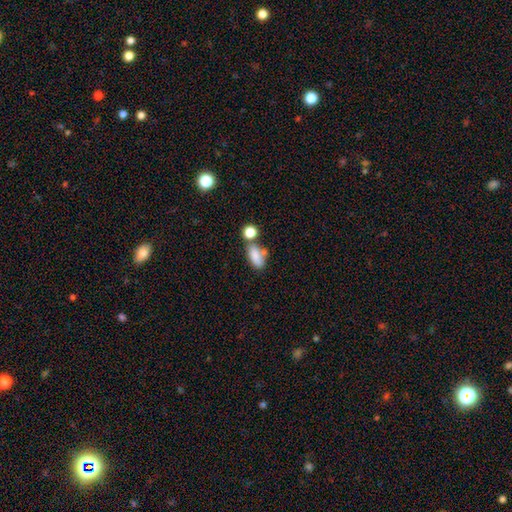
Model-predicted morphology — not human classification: smooth-or-featured: smooth: 79% | featured or disk: 11% | star or artifact: 10%
  how-rounded: in between: 83% | cigar-shaped: 9% | round: 9%
  merging: none: 44% | merger: 30% | minor disturbance: 18% | major disturbance: 9%